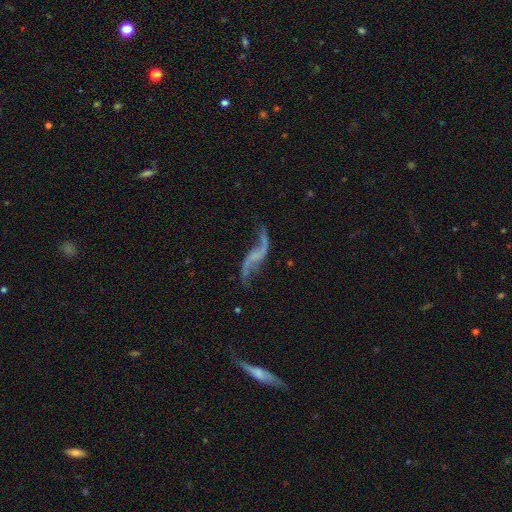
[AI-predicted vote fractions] Smooth or featured? Predicted: featured or disk (p=0.85). Edge-on disk? Predicted: no (p=0.93). Bar? Predicted: no (p=0.50). Spiral arms? Predicted: yes (p=0.93). Spiral winding? Predicted: loose (p=0.94). Spiral arm count? Predicted: 2 (p=0.92). Bulge size? Predicted: none (p=0.69). Merging? Predicted: none (p=0.65).